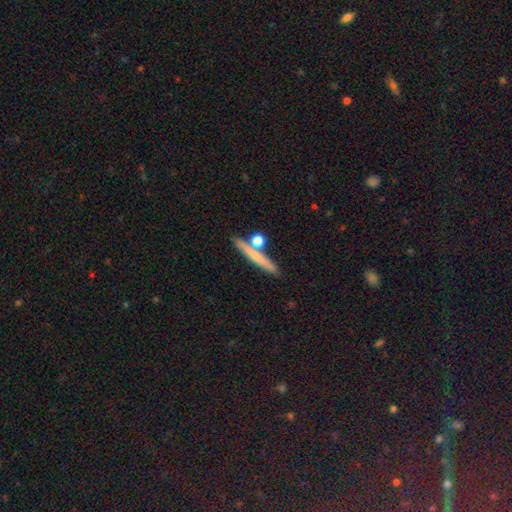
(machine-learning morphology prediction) smooth_or_featured: smooth (p=0.63) [alt: featured or disk p=0.30]
how_rounded: cigar-shaped (p=0.84) [alt: round p=0.08]
merging: none (p=0.74) [alt: merger p=0.13]